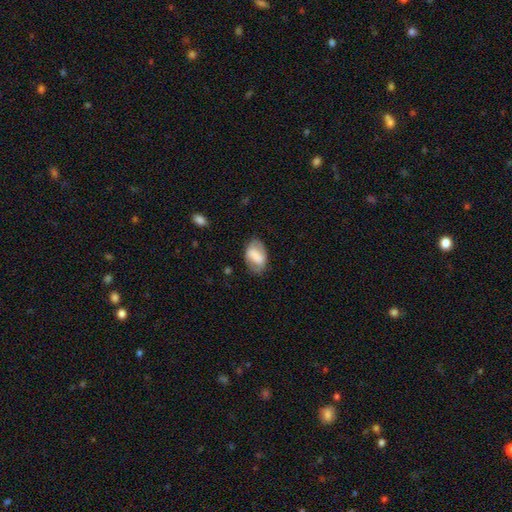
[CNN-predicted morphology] This appears to be a smooth galaxy with no disk features (63%) that is in between round and cigar-shaped (90%). Merging: none (70%).